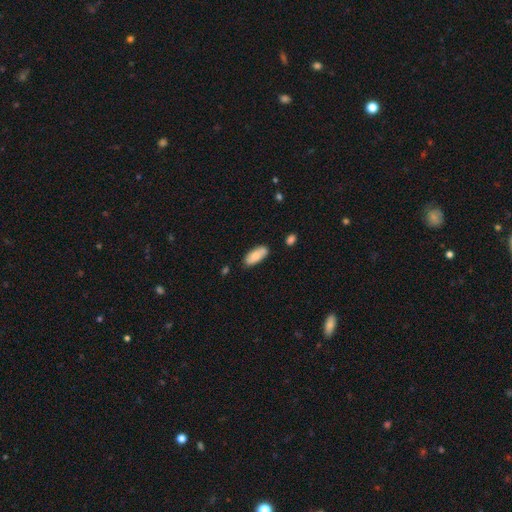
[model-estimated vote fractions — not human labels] Smooth or featured? smooth (84%)
How rounded? in between (82%)
Merging? none (82%)